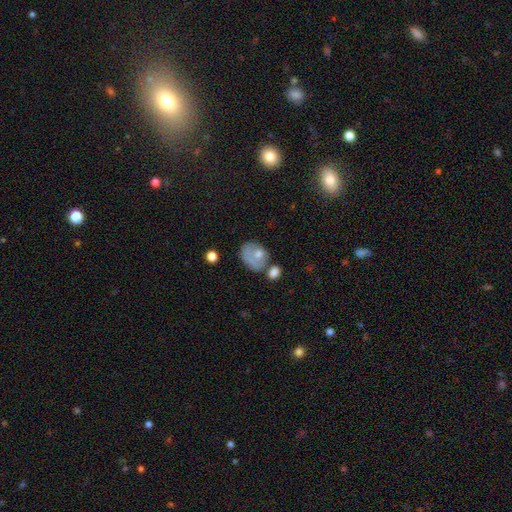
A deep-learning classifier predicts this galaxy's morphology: A smooth galaxy with no disk features (61%) that is in between round and cigar-shaped (61%). Merging: none (34%).